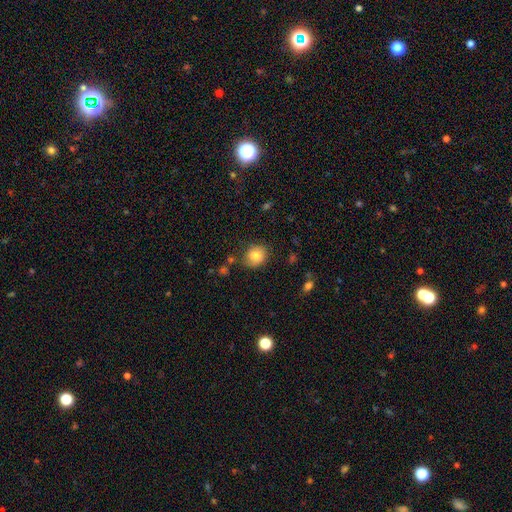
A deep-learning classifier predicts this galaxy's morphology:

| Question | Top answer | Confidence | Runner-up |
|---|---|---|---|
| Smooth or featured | smooth | 80% | featured or disk (11%) |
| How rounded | round | 63% | in between (36%) |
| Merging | none | 77% | minor disturbance (16%) |